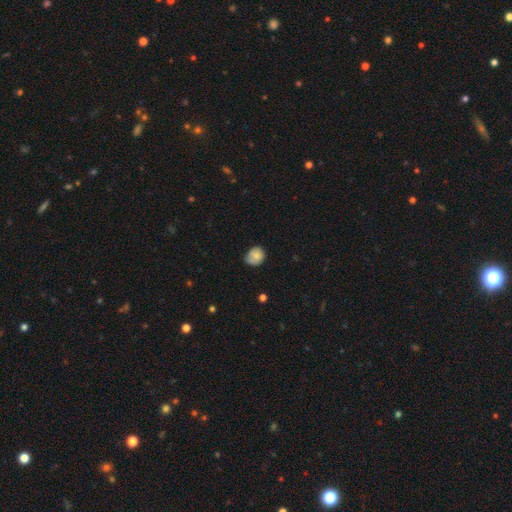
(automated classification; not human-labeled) Overall: smooth (76%). How rounded: round (61%; in between 38%). Merging: none (55%; minor disturbance 36%).